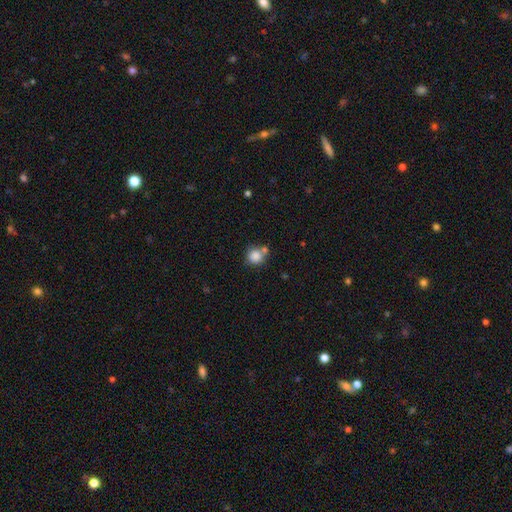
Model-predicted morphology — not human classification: Smooth or featured? smooth (83%)
How rounded? round (87%)
Merging? none (55%)